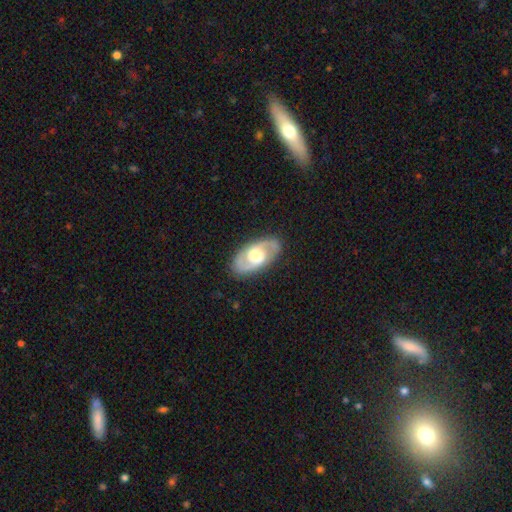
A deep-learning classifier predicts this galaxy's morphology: A featured or disk galaxy (76%) with no bar (44%), 2 (89%) medium (52%) spiral arms (83%) and a moderate central bulge (48%).

Vote fractions:
- Smooth or featured? featured or disk: 76% / smooth: 19% / star or artifact: 5%
- Edge-on disk? no: 94% / yes: 6%
- Bar? no: 44% / weak: 42% / strong: 14%
- Spiral arms? yes: 83% / no: 17%
- Spiral winding? medium: 52% / tight: 26% / loose: 23%
- Spiral arm count? 2: 89% / can't tell: 6% / 1: 2% / 3: 1% / 4: 1% / more than 4: 1%
- Bulge size? moderate: 48% / large: 39% / small: 8% / dominant: 3% / none: 2%
- Merging? none: 86% / minor disturbance: 10% / major disturbance: 3% / merger: 1%